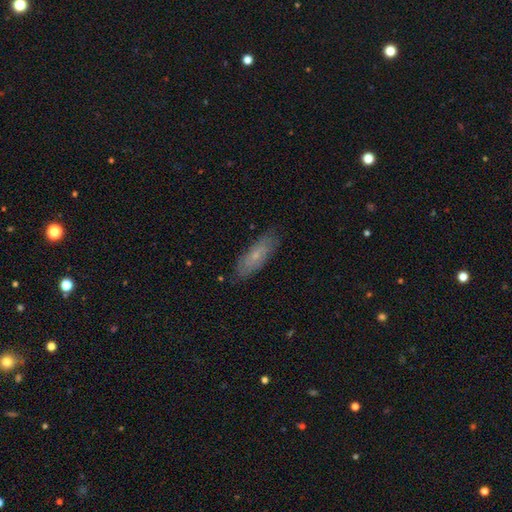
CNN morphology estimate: type=smooth (56%); roundness=in between (56%); merging=none (82%).